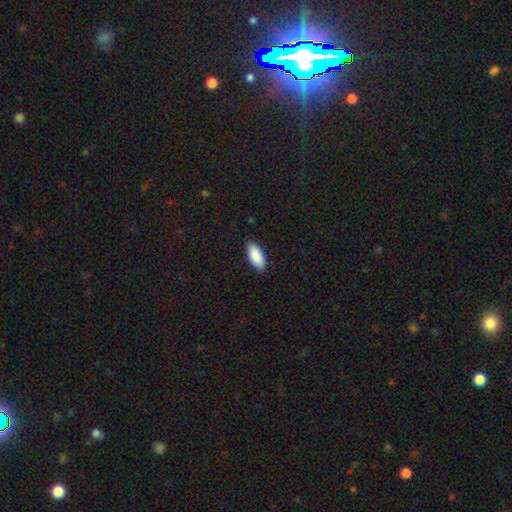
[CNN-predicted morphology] smooth_or_featured: smooth (p=0.90) [alt: star or artifact p=0.06]
how_rounded: in between (p=0.91) [alt: cigar-shaped p=0.07]
merging: none (p=0.87) [alt: minor disturbance p=0.10]